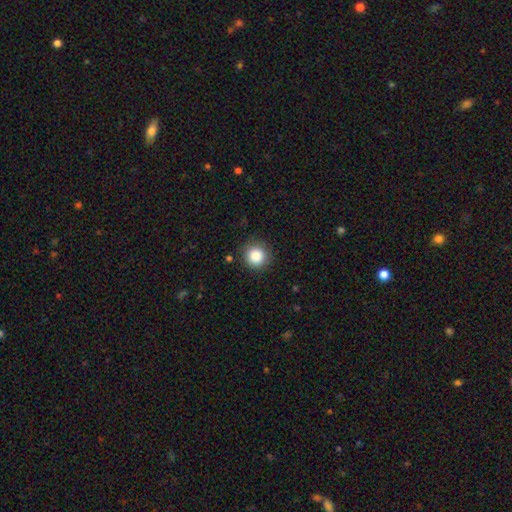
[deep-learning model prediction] This appears to be a smooth galaxy with no disk features (85%) that is round (94%). Merging: none (89%).